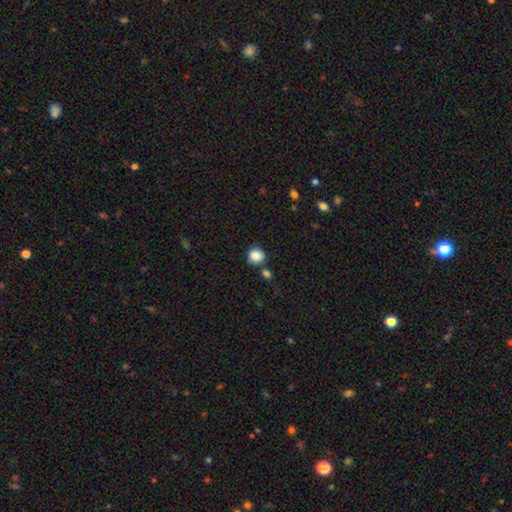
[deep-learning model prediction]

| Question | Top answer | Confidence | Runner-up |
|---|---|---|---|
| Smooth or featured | smooth | 87% | star or artifact (9%) |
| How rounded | round | 83% | in between (17%) |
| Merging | none | 73% | minor disturbance (14%) |